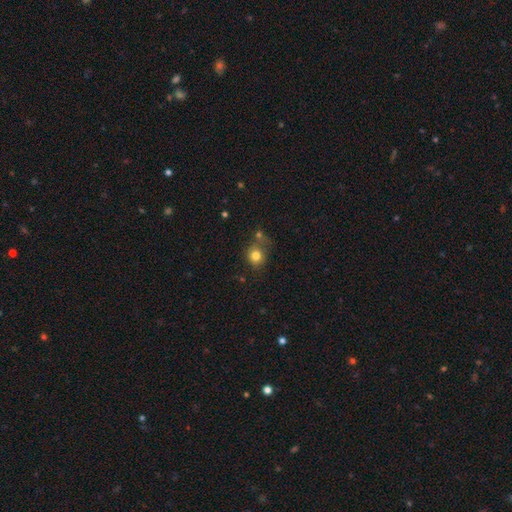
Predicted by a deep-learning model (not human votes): smooth_or_featured: smooth (p=0.80) [alt: star or artifact p=0.11]
how_rounded: round (p=0.82) [alt: in between p=0.17]
merging: none (p=0.58) [alt: minor disturbance p=0.18]